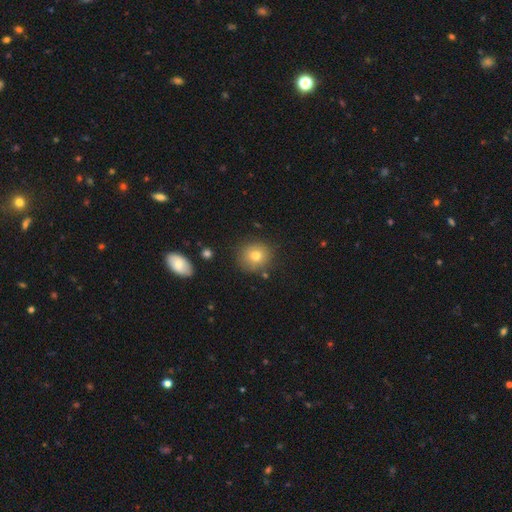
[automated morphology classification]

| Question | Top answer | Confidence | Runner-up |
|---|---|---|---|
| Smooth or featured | smooth | 76% | star or artifact (13%) |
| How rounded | round | 87% | in between (12%) |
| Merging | none | 83% | minor disturbance (11%) |